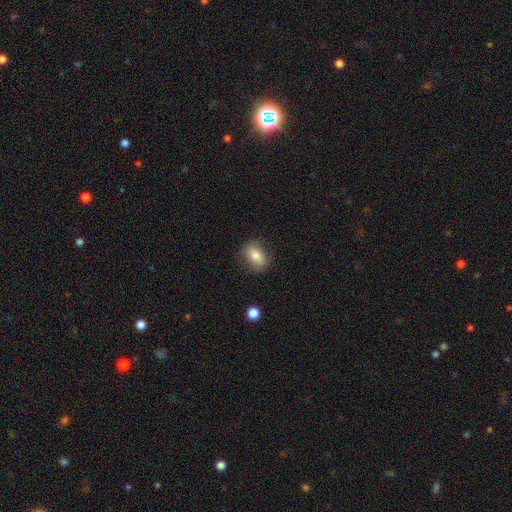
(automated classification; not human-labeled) The model was most divided on "how rounded": in between: 79%, round: 19%, cigar-shaped: 2%. More confident: smooth or featured — smooth (80%); merging — none (80%).